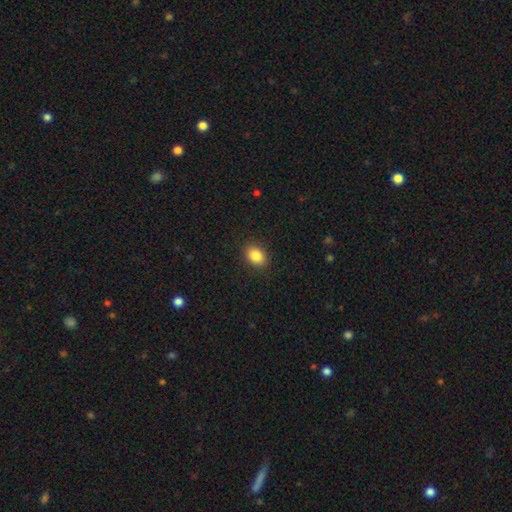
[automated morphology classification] Smooth or featured? Predicted: smooth (p=0.87). How rounded? Predicted: in between (p=0.70). Merging? Predicted: none (p=0.88).